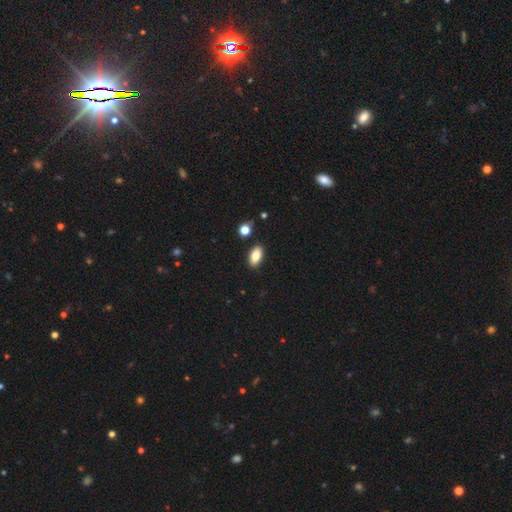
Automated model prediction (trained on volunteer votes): Q: Smooth or featured?
A: smooth (83%); runner-up: featured or disk (9%)
Q: How rounded?
A: in between (90%); runner-up: cigar-shaped (5%)
Q: Merging?
A: none (86%); runner-up: minor disturbance (9%)